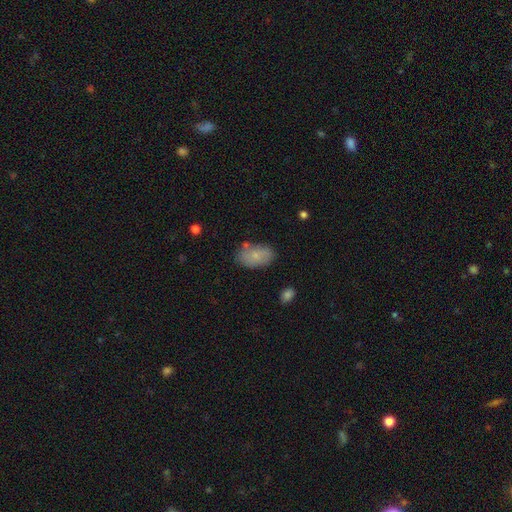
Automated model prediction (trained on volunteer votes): smooth 75%, featured or disk 18%, star or artifact 7%. Down the decision tree: how rounded — in between (91%); merging — none (73%).